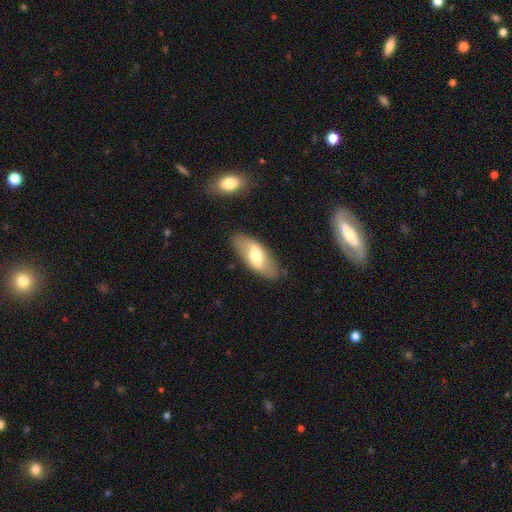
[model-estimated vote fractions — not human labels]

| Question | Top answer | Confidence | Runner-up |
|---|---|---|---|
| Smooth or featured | smooth | 50% | featured or disk (44%) |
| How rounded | in between | 85% | cigar-shaped (12%) |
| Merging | none | 82% | minor disturbance (13%) |